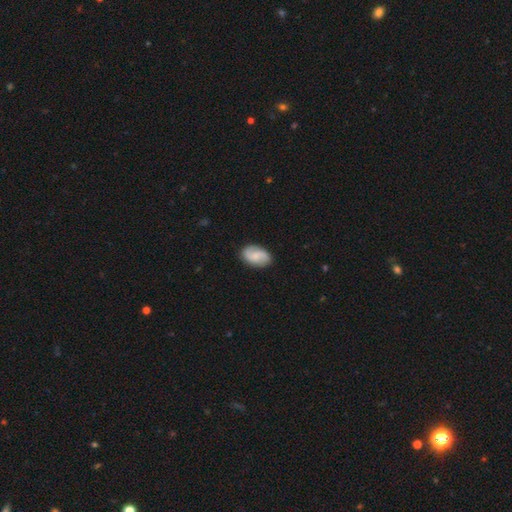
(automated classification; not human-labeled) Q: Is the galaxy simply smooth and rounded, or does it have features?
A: featured or disk — 53%.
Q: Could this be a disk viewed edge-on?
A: no — 97%.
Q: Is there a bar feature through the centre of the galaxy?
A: no — 52%.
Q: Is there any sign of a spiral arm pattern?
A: yes — 92%.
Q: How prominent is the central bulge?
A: small — 47%.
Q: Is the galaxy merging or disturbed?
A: none — 83%.